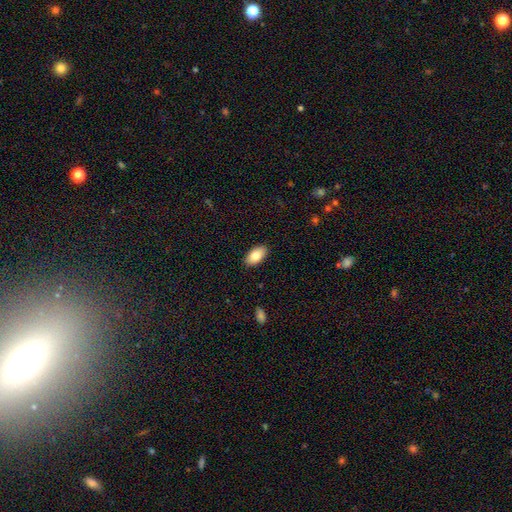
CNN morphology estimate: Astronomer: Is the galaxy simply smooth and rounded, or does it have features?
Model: smooth — 80%.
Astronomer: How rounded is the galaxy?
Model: in between — 94%.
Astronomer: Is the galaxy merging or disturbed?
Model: none — 89%.